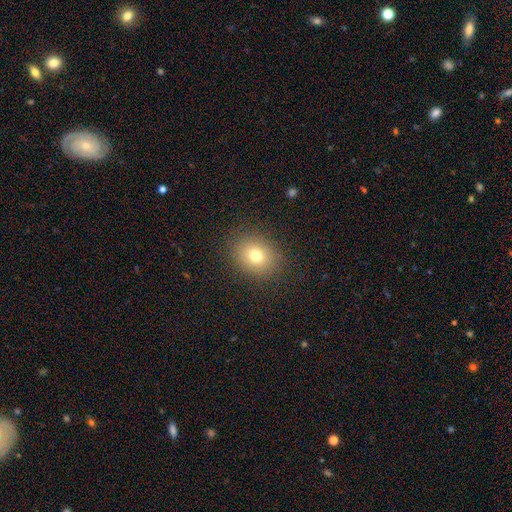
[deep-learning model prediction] Smooth or featured: smooth — 75% (star or artifact — 13%)
How rounded: round — 59% (in between — 40%)
Merging: none — 87% (minor disturbance — 9%)